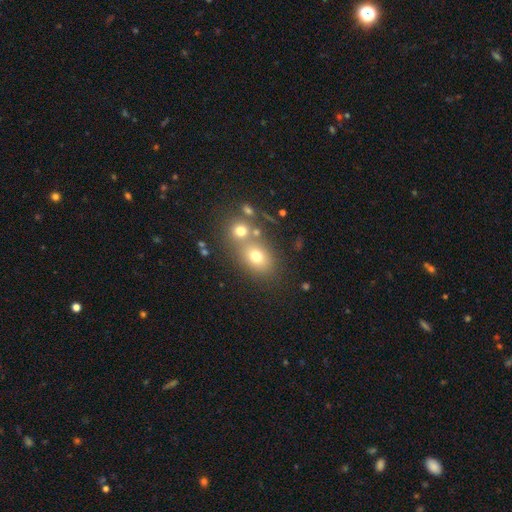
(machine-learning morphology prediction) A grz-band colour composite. It shows a smooth galaxy with no disk features (67%) that is round (50%). Merging: none (48%).